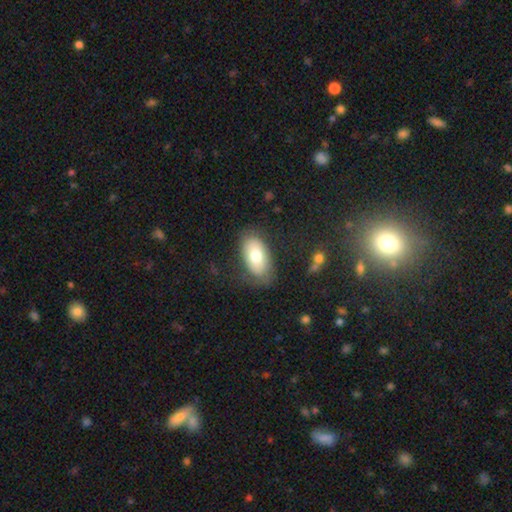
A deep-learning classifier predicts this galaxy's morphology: Smooth or featured? Predicted: smooth (p=0.71). How rounded? Predicted: in between (p=0.94). Merging? Predicted: none (p=0.71).